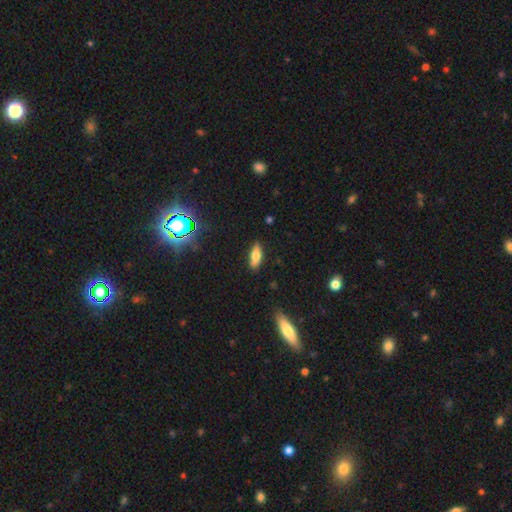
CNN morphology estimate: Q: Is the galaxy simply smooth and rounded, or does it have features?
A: smooth — 69%.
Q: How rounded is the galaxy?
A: in between — 65%.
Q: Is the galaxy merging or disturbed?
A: none — 84%.